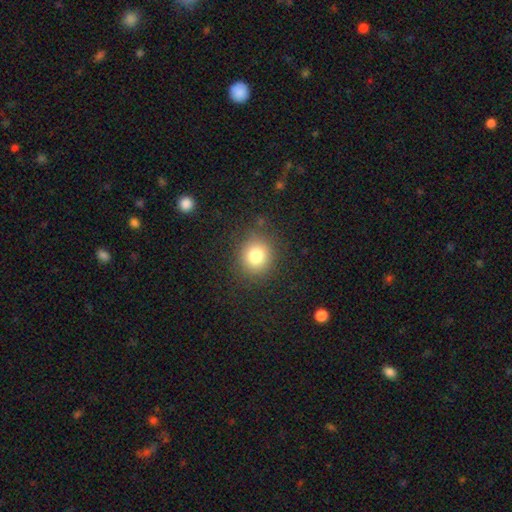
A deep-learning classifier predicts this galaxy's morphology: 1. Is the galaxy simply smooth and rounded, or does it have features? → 79% smooth, 12% star or artifact, 8% featured or disk.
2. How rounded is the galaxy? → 82% round, 17% in between, 1% cigar-shaped.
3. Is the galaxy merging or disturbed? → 86% none, 9% minor disturbance, 4% major disturbance, 1% merger.